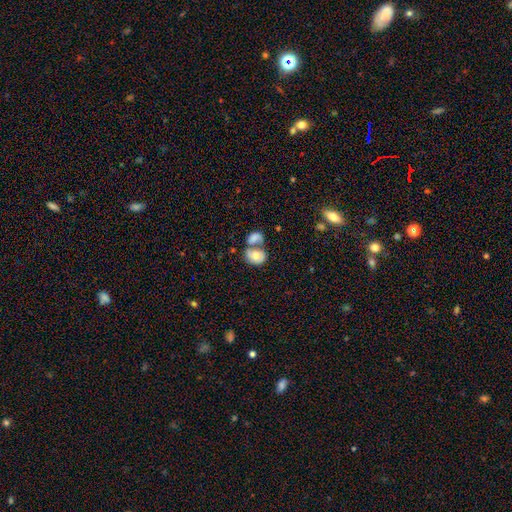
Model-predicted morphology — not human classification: The model was most divided on "how rounded": in between: 63%, round: 36%, cigar-shaped: 1%. More confident: smooth or featured — smooth (68%); merging — merger (64%).